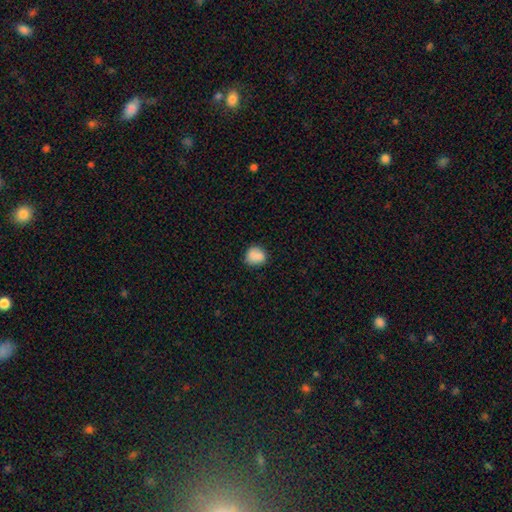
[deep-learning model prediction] Morphology: type=smooth (82%); roundness=round (76%); merging=none (65%).